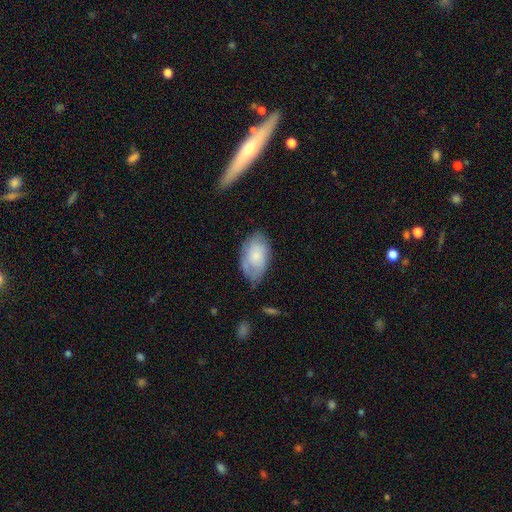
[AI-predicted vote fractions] Smooth or featured?
  - smooth: 61% *
  - featured or disk: 32%
  - star or artifact: 7%
How rounded?
  - in between: 92% *
  - round: 6%
  - cigar-shaped: 2%
Merging?
  - none: 66% *
  - minor disturbance: 25%
  - major disturbance: 7%
  - merger: 2%